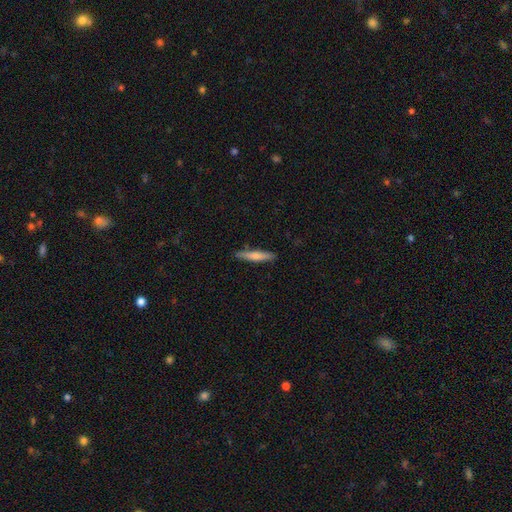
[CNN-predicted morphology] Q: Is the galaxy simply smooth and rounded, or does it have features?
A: smooth — 68%.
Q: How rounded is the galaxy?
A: cigar-shaped — 90%.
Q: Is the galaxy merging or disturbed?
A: none — 87%.